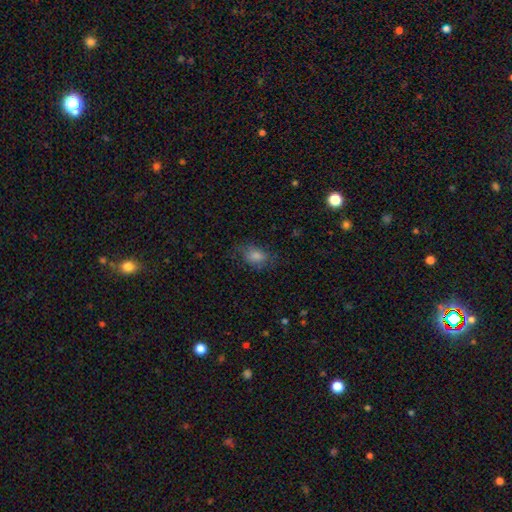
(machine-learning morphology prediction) Smooth or featured? smooth (63%)
How rounded? in between (76%)
Merging? none (68%)